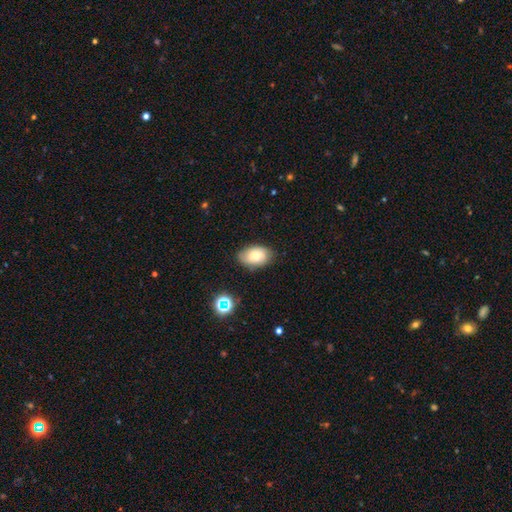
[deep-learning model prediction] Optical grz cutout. It shows a smooth galaxy with no disk features (73%) that is in between round and cigar-shaped (88%). Merging: none (78%).